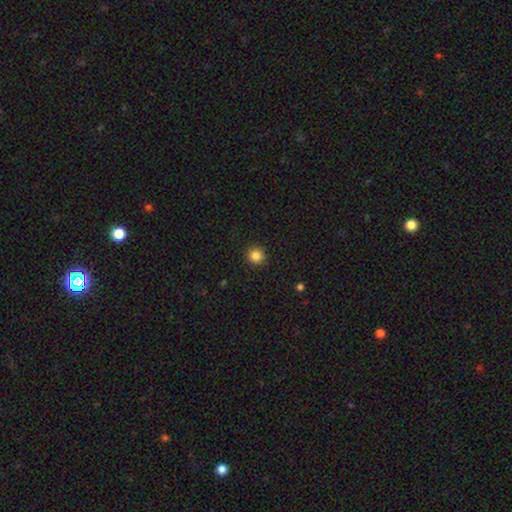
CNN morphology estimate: smooth 84%, star or artifact 12%, featured or disk 4%. Down the decision tree: how rounded — round (94%); merging — none (92%).